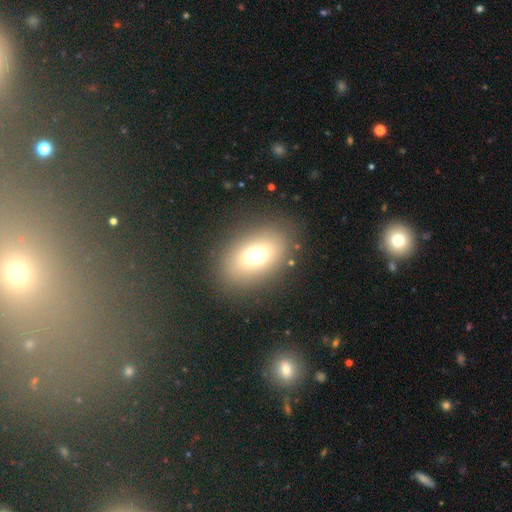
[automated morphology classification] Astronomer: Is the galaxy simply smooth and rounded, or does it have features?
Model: smooth — 67%.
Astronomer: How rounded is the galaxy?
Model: in between — 72%.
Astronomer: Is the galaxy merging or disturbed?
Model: none — 84%.